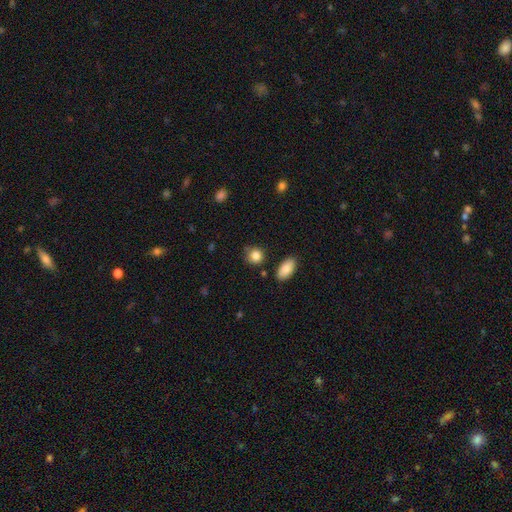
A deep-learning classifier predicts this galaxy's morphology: type=smooth (85%); roundness=round (77%); merging=none (76%).